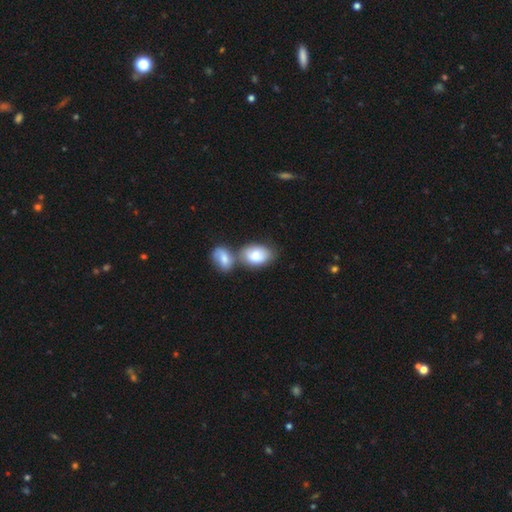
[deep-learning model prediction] Smooth or featured? Predicted: smooth (p=0.80). How rounded? Predicted: in between (p=0.87). Merging? Predicted: merger (p=0.50).